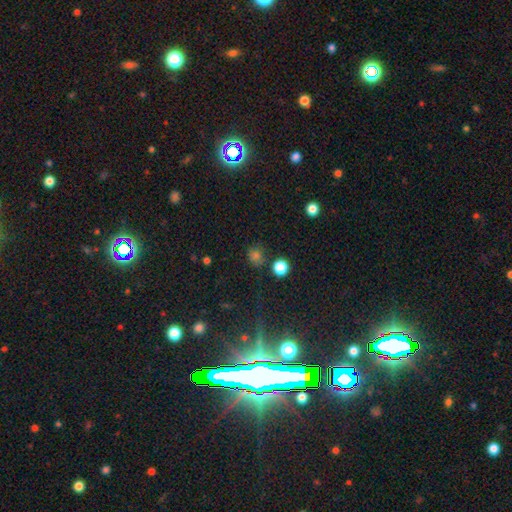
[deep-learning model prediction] The model was most divided on "smooth or featured": smooth: 71%, star or artifact: 23%, featured or disk: 6%. More confident: how rounded — round (81%); merging — none (78%).